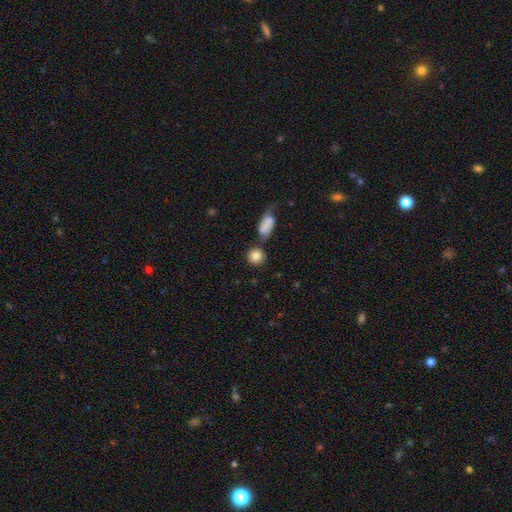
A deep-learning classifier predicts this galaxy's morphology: smooth 84%, star or artifact 9%, featured or disk 7%. Down the decision tree: how rounded — round (86%); merging — none (66%).